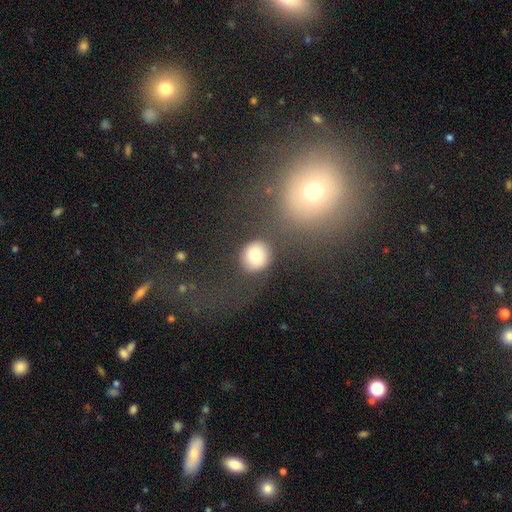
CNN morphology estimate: Smooth or featured? Predicted: smooth (p=0.78). How rounded? Predicted: round (p=0.86). Merging? Predicted: none (p=0.81).